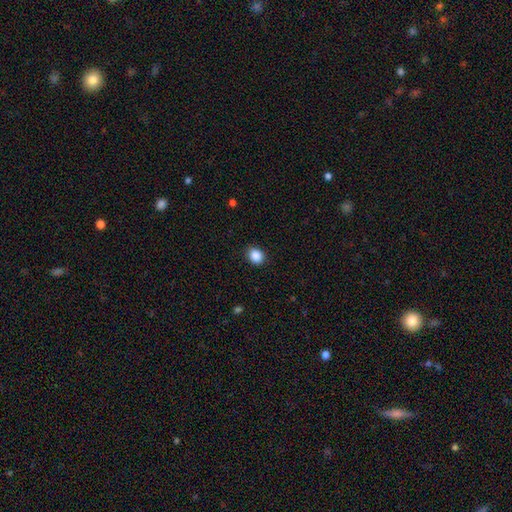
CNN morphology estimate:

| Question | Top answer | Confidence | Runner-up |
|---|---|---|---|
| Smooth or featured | smooth | 88% | star or artifact (9%) |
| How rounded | round | 62% | in between (37%) |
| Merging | none | 88% | minor disturbance (9%) |